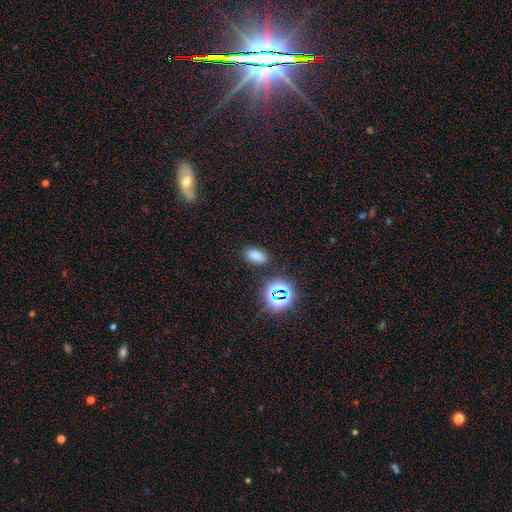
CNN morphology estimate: Q: Smooth or featured?
A: smooth (74%); runner-up: star or artifact (21%)
Q: How rounded?
A: in between (86%); runner-up: round (8%)
Q: Merging?
A: none (85%); runner-up: minor disturbance (9%)